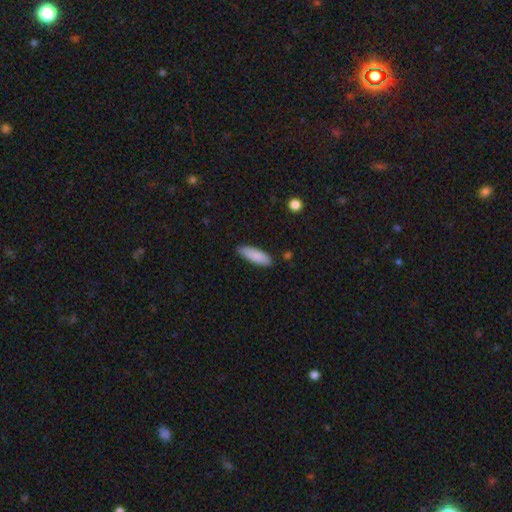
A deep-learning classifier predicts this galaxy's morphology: smooth_or_featured: smooth (p=0.88) [alt: featured or disk p=0.07]
how_rounded: in between (p=0.55) [alt: cigar-shaped p=0.43]
merging: none (p=0.85) [alt: minor disturbance p=0.12]